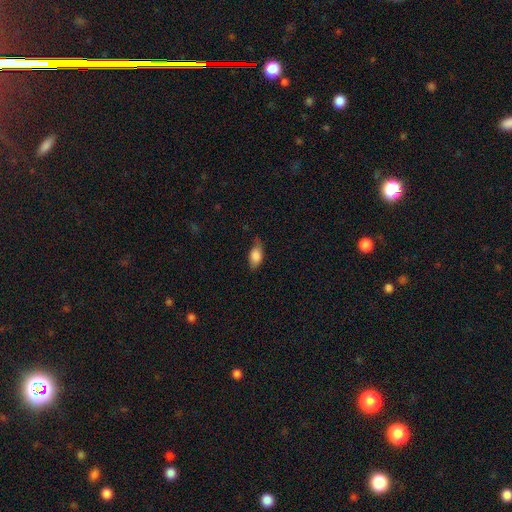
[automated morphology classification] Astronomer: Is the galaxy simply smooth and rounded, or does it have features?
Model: smooth — 82%.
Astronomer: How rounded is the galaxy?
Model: in between — 87%.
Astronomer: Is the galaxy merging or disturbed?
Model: none — 65%.